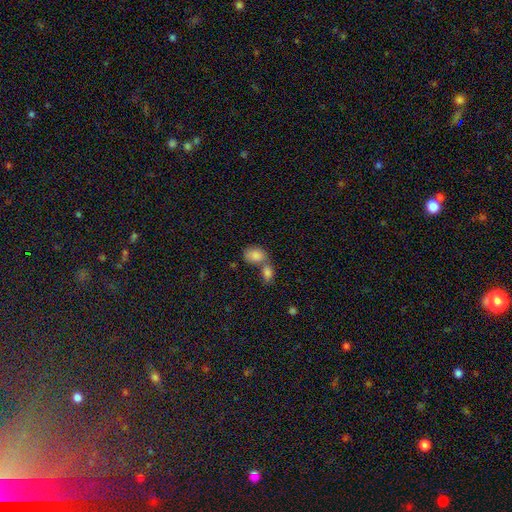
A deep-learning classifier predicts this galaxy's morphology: Smooth or featured? Predicted: smooth (p=0.84). How rounded? Predicted: in between (p=0.80). Merging? Predicted: merger (p=0.57).